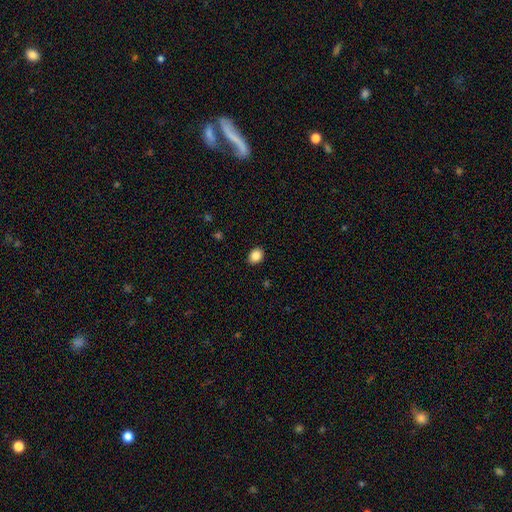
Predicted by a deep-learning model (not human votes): Smooth or featured? smooth (87%)
How rounded? in between (55%)
Merging? none (90%)